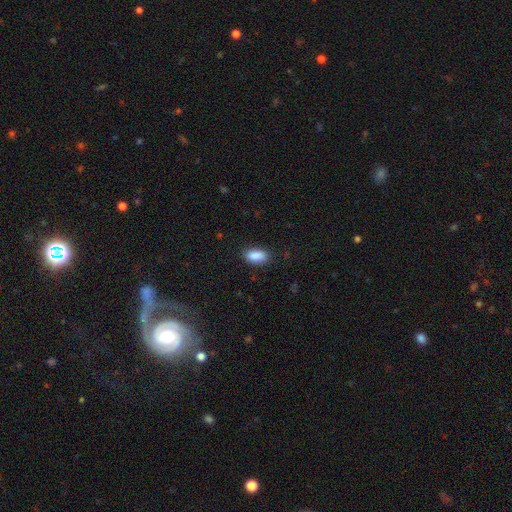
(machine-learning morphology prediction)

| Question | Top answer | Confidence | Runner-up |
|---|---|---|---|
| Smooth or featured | smooth | 89% | star or artifact (7%) |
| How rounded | in between | 91% | cigar-shaped (6%) |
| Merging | none | 83% | minor disturbance (13%) |